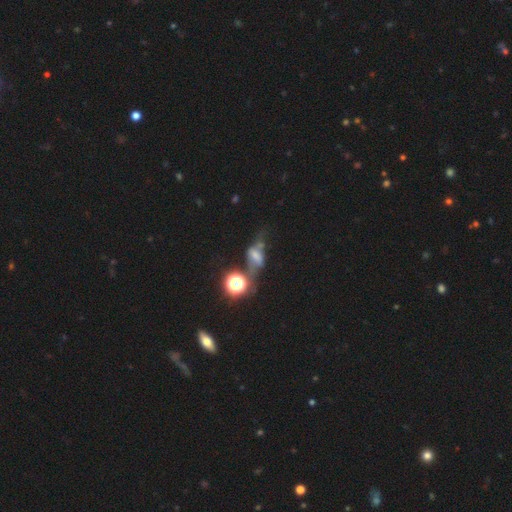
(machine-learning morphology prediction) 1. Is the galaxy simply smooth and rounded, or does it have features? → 42% featured or disk, 36% smooth, 22% star or artifact.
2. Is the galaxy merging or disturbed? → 30% none (tied), 30% major disturbance (tied), 21% minor disturbance, 19% merger.